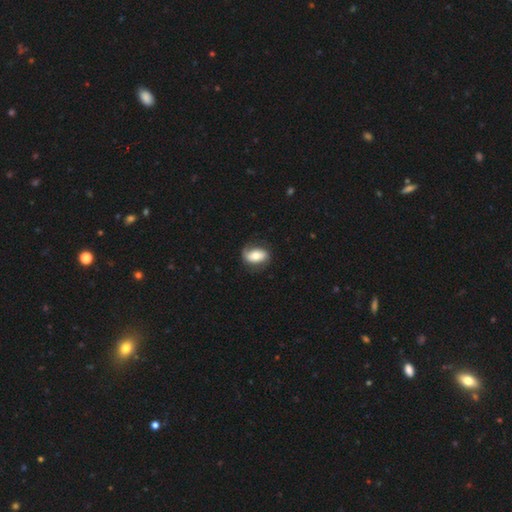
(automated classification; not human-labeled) Smooth or featured? Predicted: smooth (p=0.54). How rounded? Predicted: in between (p=0.86). Merging? Predicted: none (p=0.67).